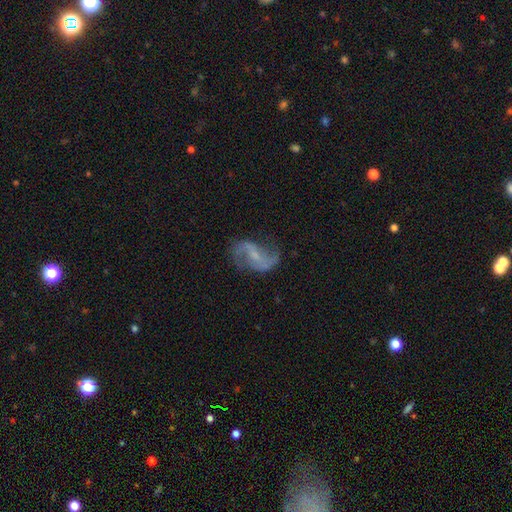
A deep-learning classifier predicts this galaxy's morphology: A featured or disk galaxy (86%) with a weak bar (48%), 2 (91%) loose (65%) spiral arms (95%) and a small central bulge (59%).

Vote fractions:
- Smooth or featured? featured or disk: 86% / smooth: 7% / star or artifact: 7%
- Edge-on disk? no: 97% / yes: 3%
- Bar? weak: 48% / no: 29% / strong: 24%
- Spiral arms? yes: 95% / no: 5%
- Spiral winding? loose: 65% / medium: 29% / tight: 6%
- Spiral arm count? 2: 91% / can't tell: 3% / 1: 2% / 3: 1% / 4: 1% / more than 4: 1%
- Bulge size? small: 59% / none: 20% / moderate: 19% / large: 1% / dominant: 1%
- Merging? none: 70% / minor disturbance: 17% / major disturbance: 11% / merger: 2%